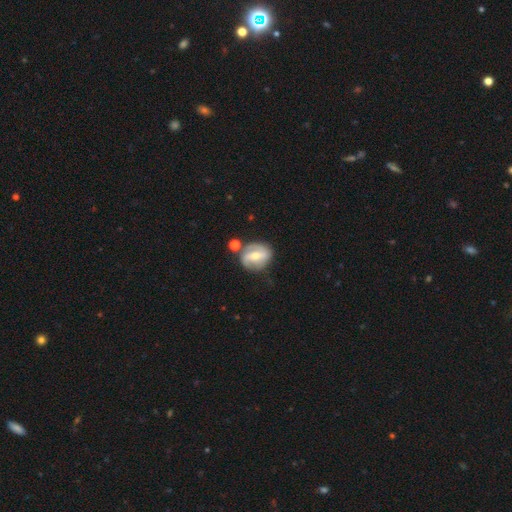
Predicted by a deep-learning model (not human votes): featured or disk 76%, smooth 18%, star or artifact 6%. Down the decision tree: edge-on disk — no (96%); bar — weak (41%); spiral arms — yes (89%); spiral arm count — 2 (79%); spiral winding — medium (45%); bulge size — moderate (55%); merging — none (64%).